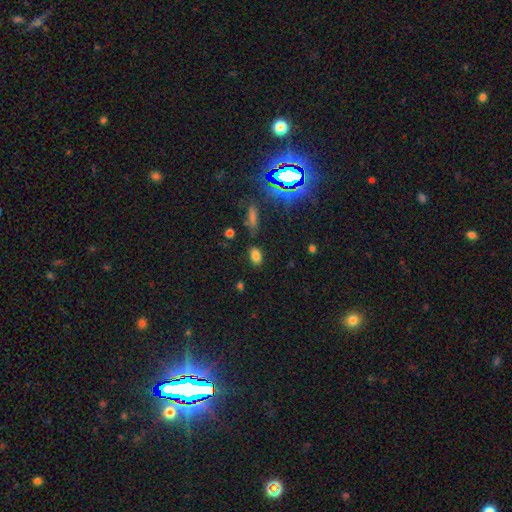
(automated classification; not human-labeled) smooth 76%, star or artifact 17%, featured or disk 6%. Down the decision tree: how rounded — in between (87%); merging — none (82%).